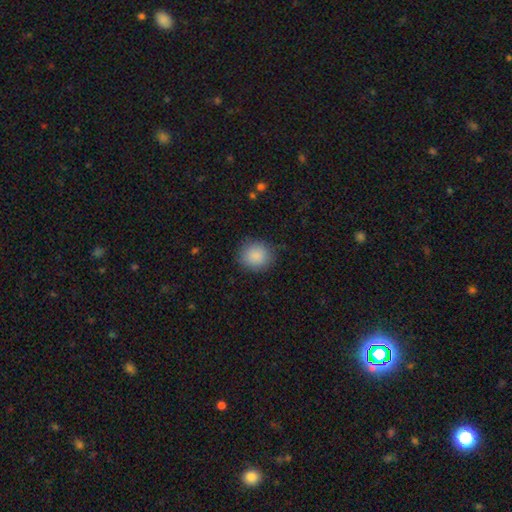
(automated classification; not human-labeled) Smooth or featured: smooth — 88% (star or artifact — 8%)
How rounded: round — 83% (in between — 16%)
Merging: none — 85% (minor disturbance — 11%)